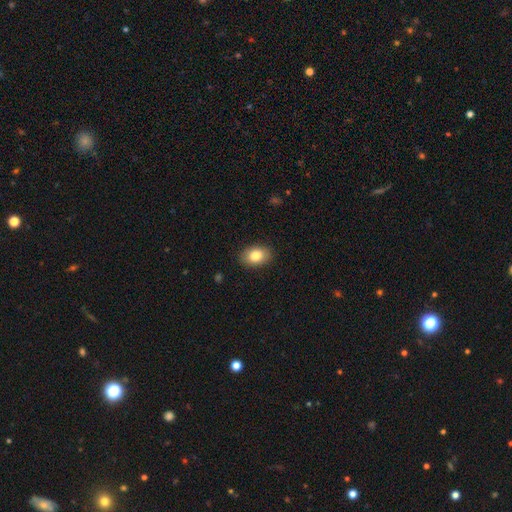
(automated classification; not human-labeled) Smooth or featured? Predicted: smooth (p=0.83). How rounded? Predicted: in between (p=0.82). Merging? Predicted: none (p=0.88).